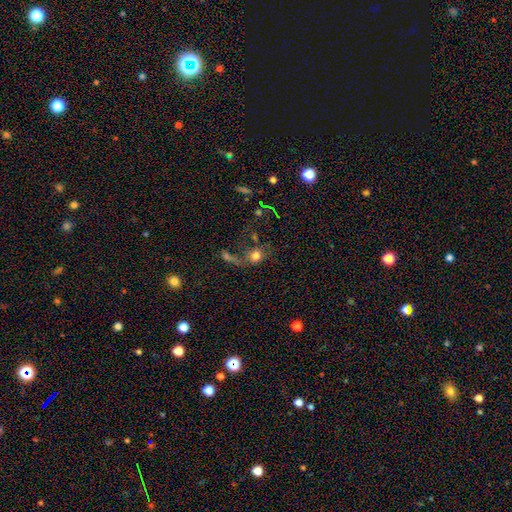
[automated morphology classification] smooth 67%, featured or disk 17%, star or artifact 16%. Down the decision tree: how rounded — round (73%); merging — none (34%).